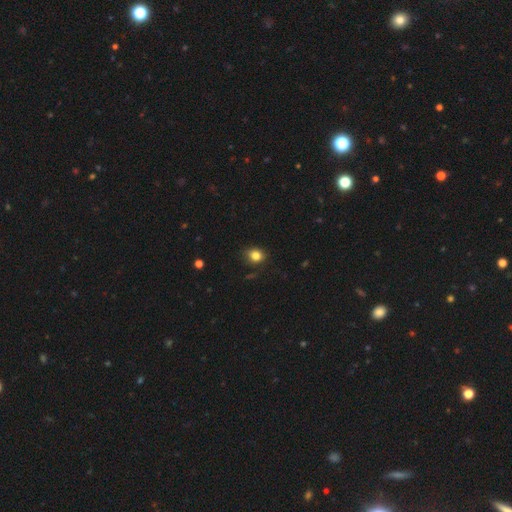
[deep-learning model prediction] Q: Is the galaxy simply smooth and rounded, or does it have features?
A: smooth — 83%.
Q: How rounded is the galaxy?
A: round — 57%.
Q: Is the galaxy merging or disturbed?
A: none — 82%.